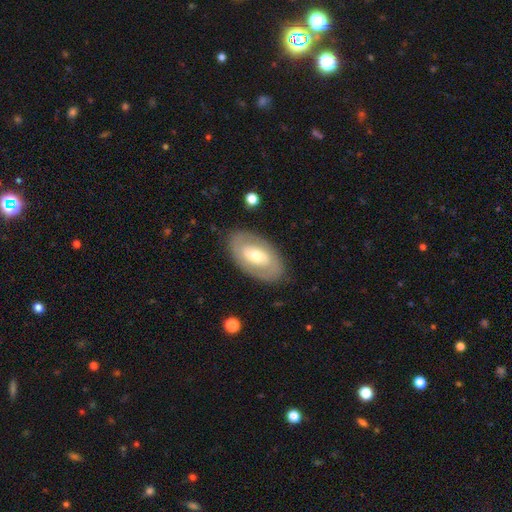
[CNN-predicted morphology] This is possibly a featured or disk galaxy (55%). It is clearly not viewed edge-on (90%). Merging: clearly none (83%).